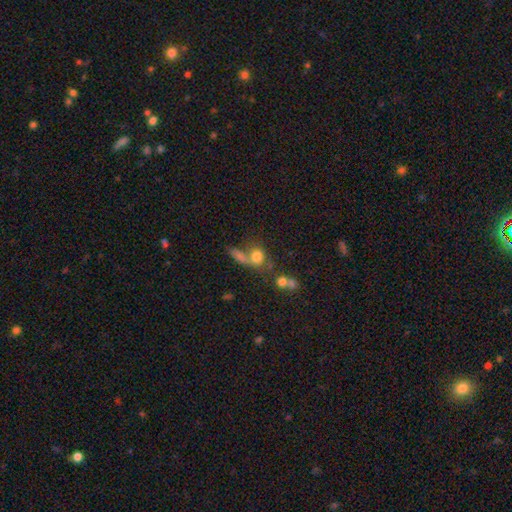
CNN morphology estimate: A smooth galaxy with no disk features (72%) that is round (58%). Merging: merger (42%).